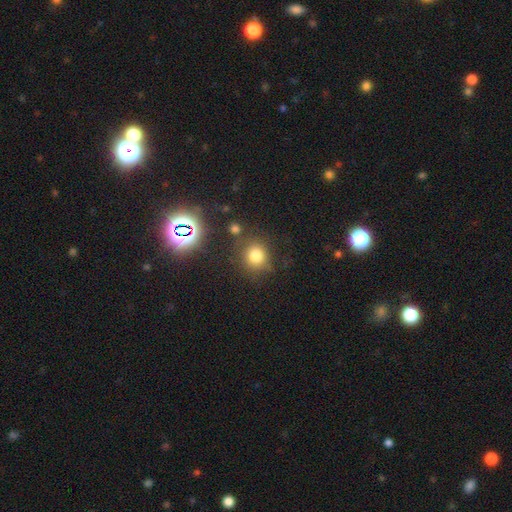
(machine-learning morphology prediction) A smooth galaxy with no disk features (75%) that is round (85%).

Vote fractions:
- Smooth or featured? smooth: 75% / star or artifact: 17% / featured or disk: 7%
- How rounded? round: 85% / in between: 14% / cigar-shaped: 1%
- Merging? none: 76% / minor disturbance: 12% / merger: 6% / major disturbance: 5%